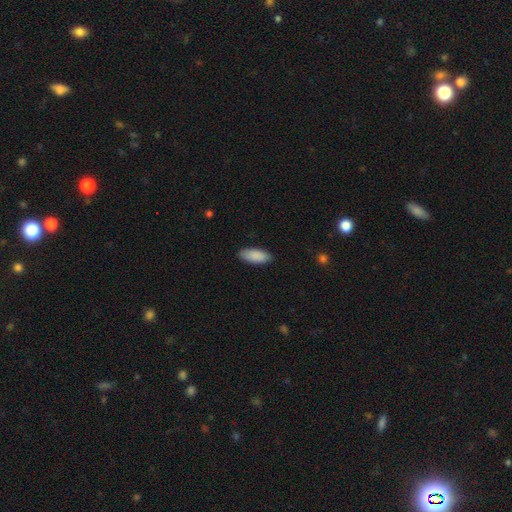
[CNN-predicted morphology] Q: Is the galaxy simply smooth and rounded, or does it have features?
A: smooth — 90%.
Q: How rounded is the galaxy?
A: in between — 84%.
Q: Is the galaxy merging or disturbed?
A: none — 88%.